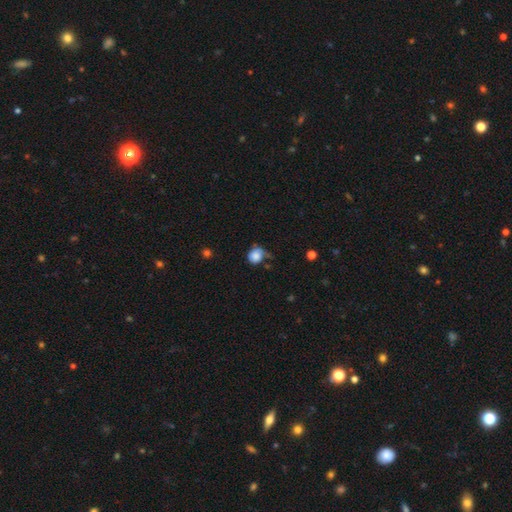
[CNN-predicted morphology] smooth_or_featured: smooth (p=0.80) [alt: featured or disk p=0.12]
how_rounded: round (p=0.77) [alt: in between p=0.22]
merging: none (p=0.45) [alt: minor disturbance p=0.33]